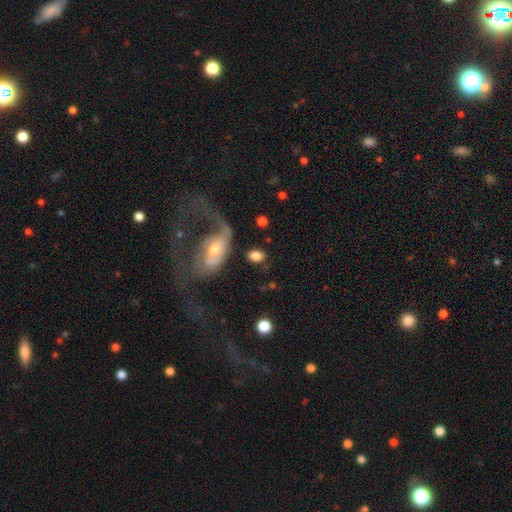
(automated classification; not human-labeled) A smooth galaxy with no disk features (76%) that is in between round and cigar-shaped (80%).

Vote fractions:
- Smooth or featured? smooth: 76% / featured or disk: 17% / star or artifact: 7%
- How rounded? in between: 80% / round: 18% / cigar-shaped: 2%
- Merging? none: 61% / minor disturbance: 17% / major disturbance: 12% / merger: 10%